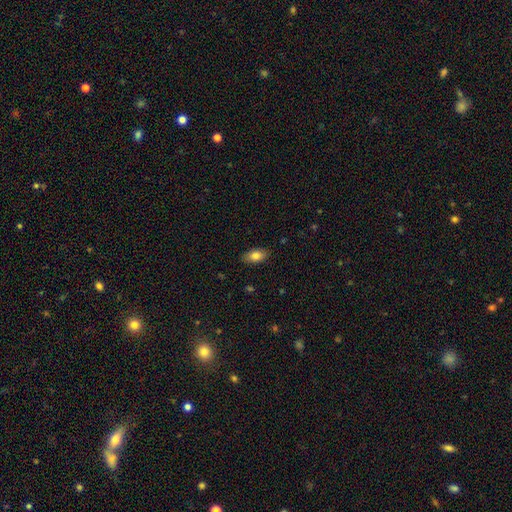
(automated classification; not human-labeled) A smooth galaxy with no disk features (81%) that is in between round and cigar-shaped (91%). Merging: none (87%).